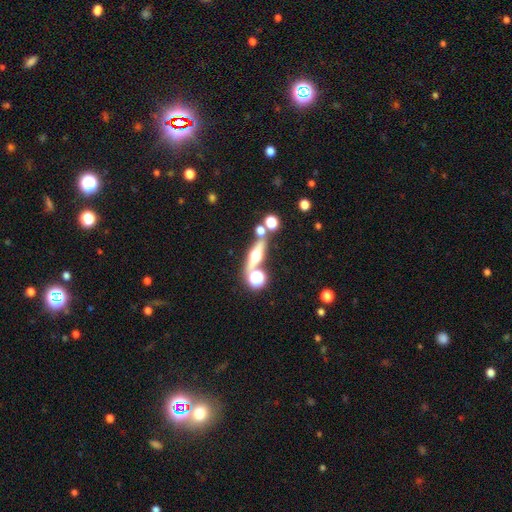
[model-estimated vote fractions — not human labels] Morphology: type=featured or disk (58%); edge-on=yes (85%); merging=none (68%).